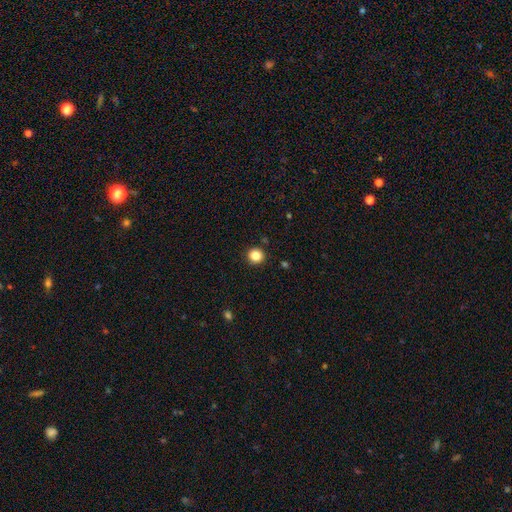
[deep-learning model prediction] This appears to be a smooth galaxy with no disk features (84%) that is round (92%). Merging: none (92%).